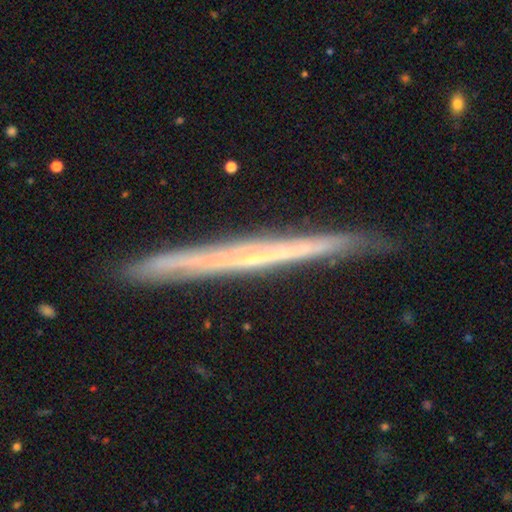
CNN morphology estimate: smooth-or-featured: featured or disk: 71% | smooth: 22% | star or artifact: 6%
  disk-edge-on: yes: 96% | no: 4%
    edge-on-bulge: none: 84% | rounded: 13% | boxy: 4%
  merging: none: 88% | minor disturbance: 10% | major disturbance: 2% | merger: 1%